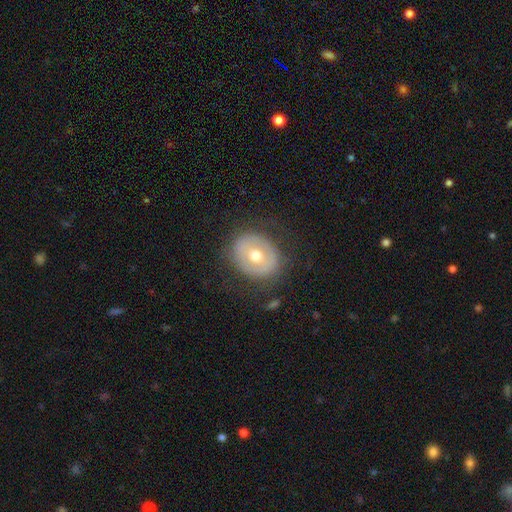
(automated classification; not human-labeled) The model was most divided on "smooth or featured": smooth: 49%, featured or disk: 43%, star or artifact: 8%. More confident: merging — none (79%).